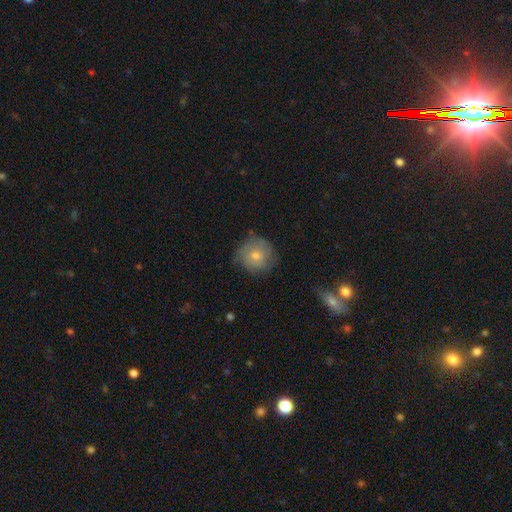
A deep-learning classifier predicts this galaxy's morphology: smooth-or-featured: smooth: 66% | featured or disk: 27% | star or artifact: 7%
  how-rounded: round: 88% | in between: 11% | cigar-shaped: 1%
  merging: none: 66% | minor disturbance: 25% | major disturbance: 7% | merger: 2%